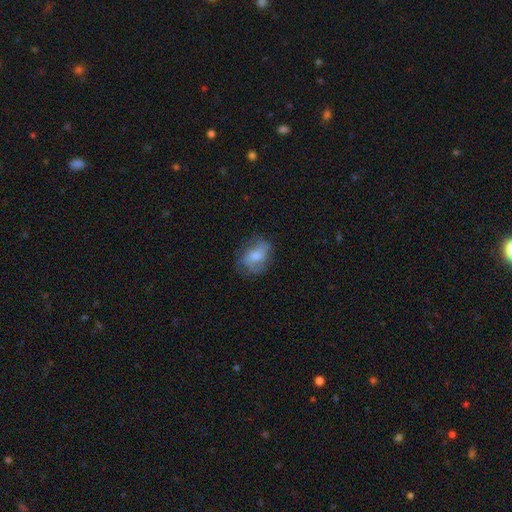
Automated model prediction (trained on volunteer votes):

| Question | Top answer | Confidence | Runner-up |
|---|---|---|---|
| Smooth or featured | smooth | 58% | featured or disk (33%) |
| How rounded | in between | 69% | round (29%) |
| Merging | none | 59% | minor disturbance (25%) |